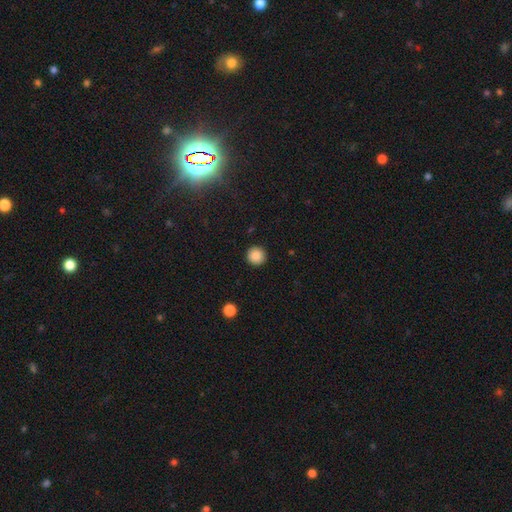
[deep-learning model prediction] Smooth or featured? smooth (87%)
How rounded? round (95%)
Merging? none (92%)